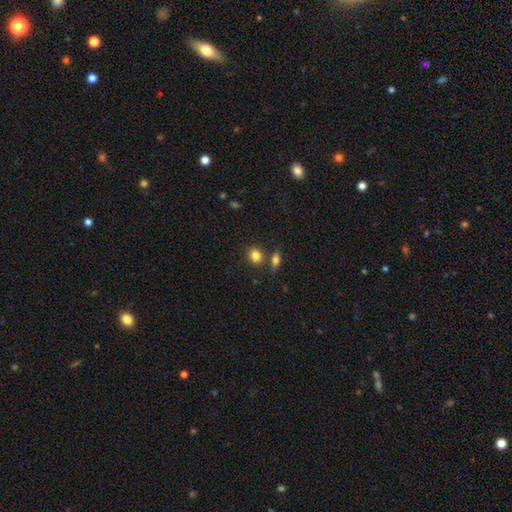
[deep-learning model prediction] Smooth or featured?
  - smooth: 83% *
  - star or artifact: 10%
  - featured or disk: 7%
How rounded?
  - round: 64% *
  - in between: 35%
  - cigar-shaped: 2%
Merging?
  - none: 70% *
  - merger: 16%
  - minor disturbance: 11%
  - major disturbance: 3%